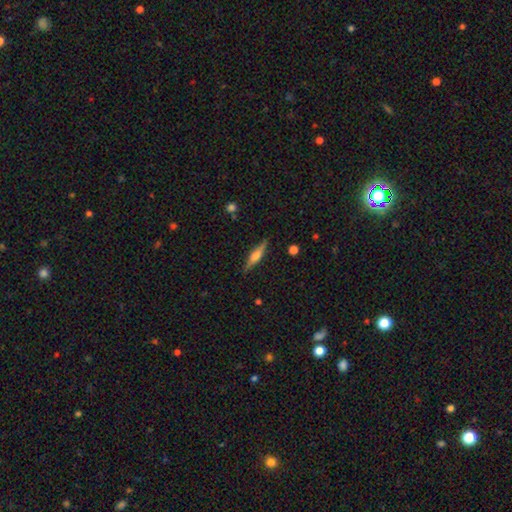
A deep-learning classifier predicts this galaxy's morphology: type=featured or disk (55%); edge-on=yes (96%); edge-on bulge=rounded (80%); merging=none (88%).